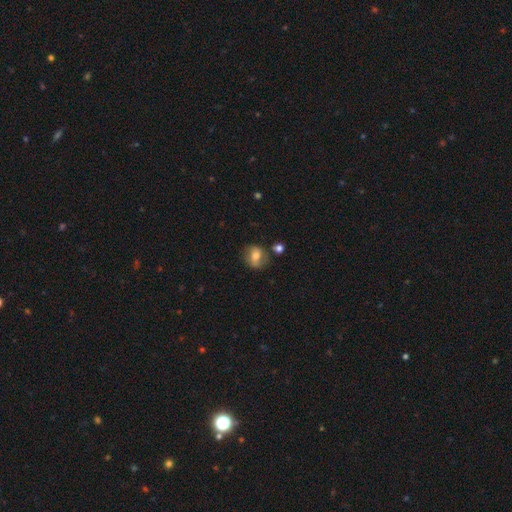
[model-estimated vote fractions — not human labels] A smooth galaxy with no disk features (60%) that is round (63%).

Vote fractions:
- Smooth or featured? smooth: 60% / featured or disk: 30% / star or artifact: 9%
- How rounded? round: 63% / in between: 36% / cigar-shaped: 1%
- Merging? none: 71% / minor disturbance: 17% / merger: 7% / major disturbance: 6%